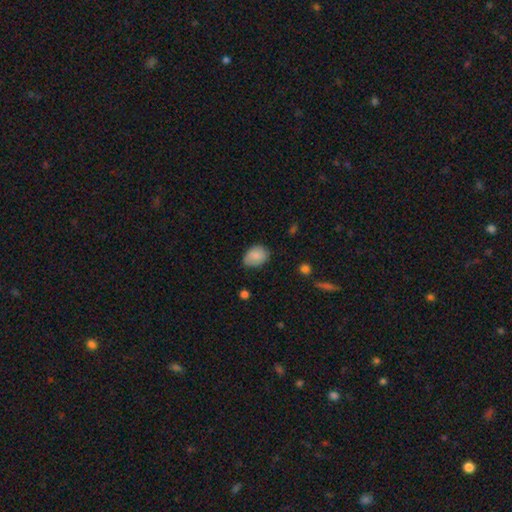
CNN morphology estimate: Overall: smooth (80%). How rounded: in between (70%). Merging: none (67%).